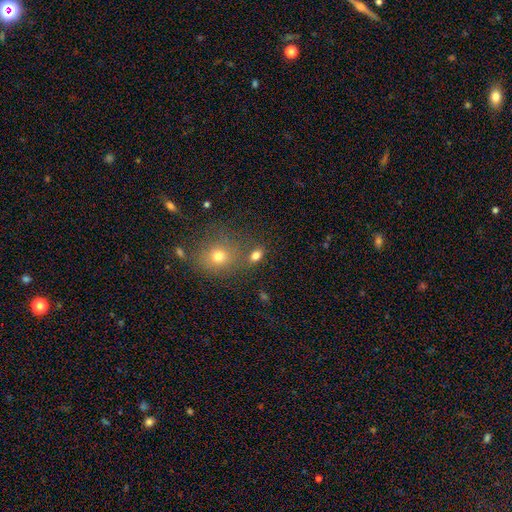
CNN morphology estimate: The model was most divided on "how rounded": in between: 66%, round: 31%, cigar-shaped: 2%. More confident: smooth or featured — smooth (76%); merging — none (64%).